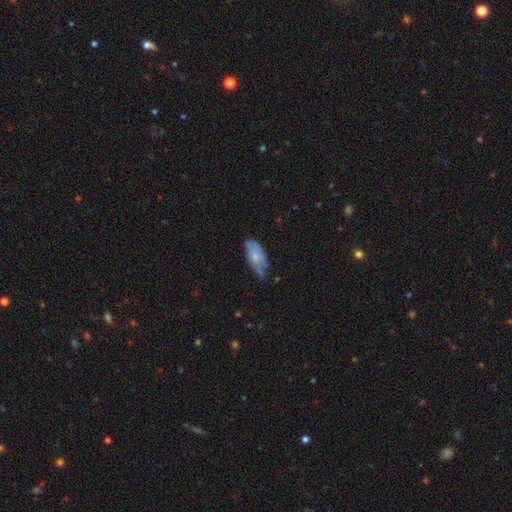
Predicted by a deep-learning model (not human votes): Overall: smooth (57%; featured or disk 36%). How rounded: in between (88%). Merging: none (48%; minor disturbance 38%).